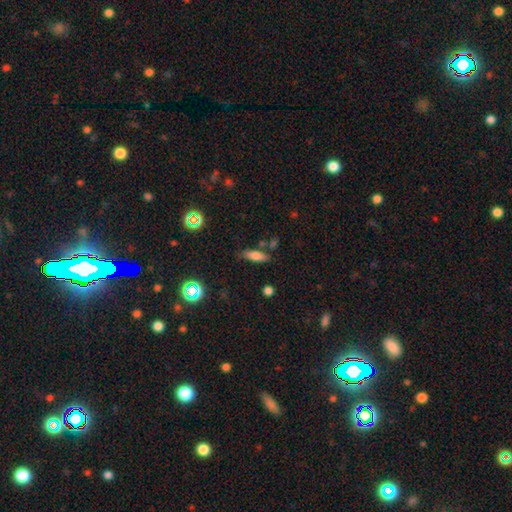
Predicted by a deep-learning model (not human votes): A smooth galaxy with no disk features (73%) that is in between round and cigar-shaped (57%).

Vote fractions:
- Smooth or featured? smooth: 73% / featured or disk: 15% / star or artifact: 12%
- How rounded? in between: 57% / cigar-shaped: 40% / round: 3%
- Merging? none: 71% / minor disturbance: 17% / merger: 8% / major disturbance: 5%